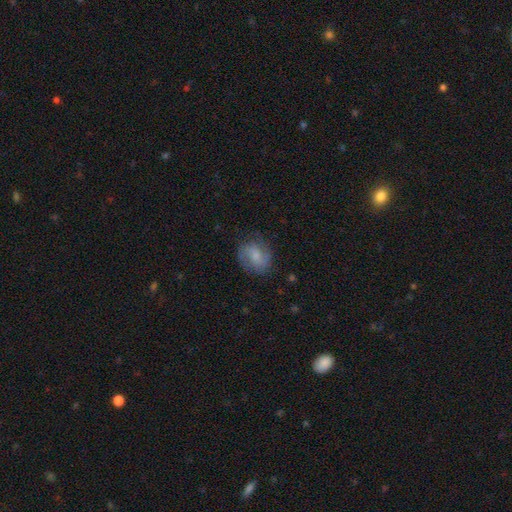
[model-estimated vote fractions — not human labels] This is possibly a featured or disk galaxy (50%). Merging: likely none (75%).